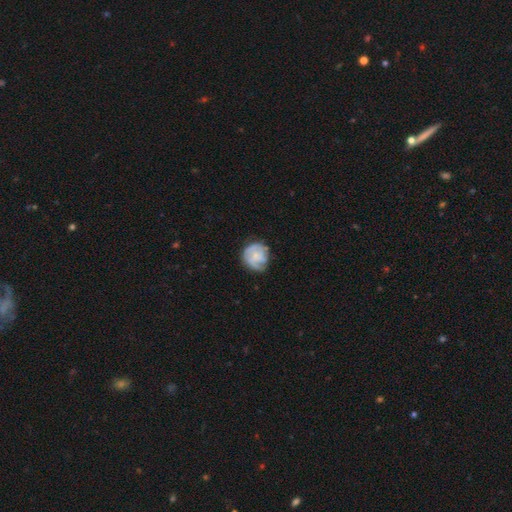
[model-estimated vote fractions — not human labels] Smooth or featured? Predicted: featured or disk (p=0.57). Edge-on disk? Predicted: no (p=0.98). Bar? Predicted: no (p=0.73). Spiral arms? Predicted: yes (p=0.80). Bulge size? Predicted: small (p=0.58). Merging? Predicted: none (p=0.59).